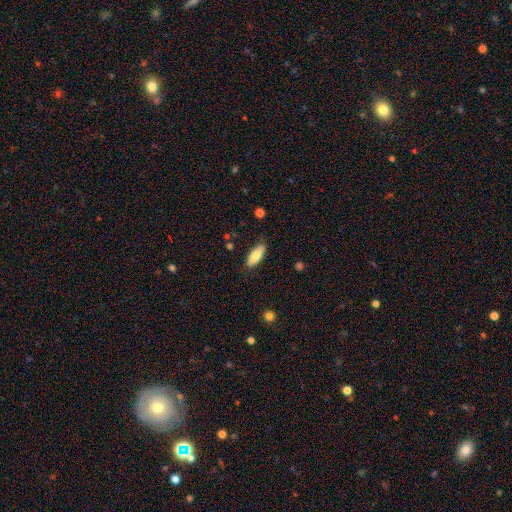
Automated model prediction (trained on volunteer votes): Smooth or featured? smooth (78%)
How rounded? in between (72%)
Merging? none (85%)